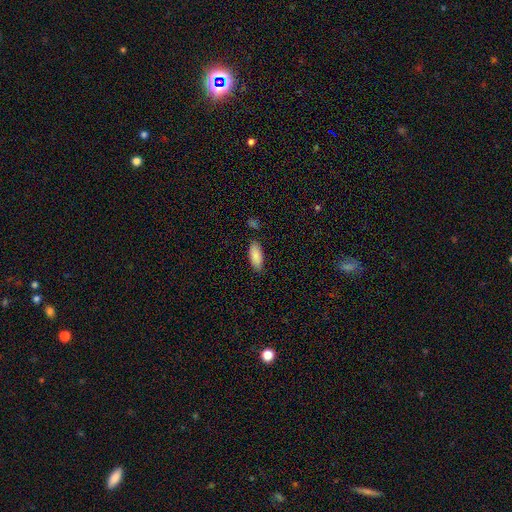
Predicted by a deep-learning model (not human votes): Overall: smooth (88%). How rounded: in between (87%). Merging: none (82%).